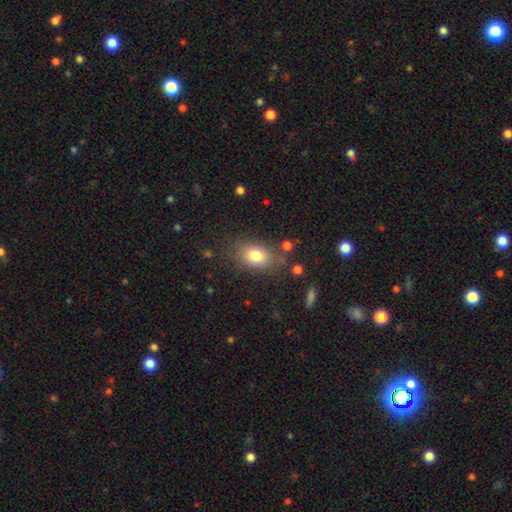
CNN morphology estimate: Smooth or featured: smooth — 79% (star or artifact — 11%)
How rounded: in between — 73% (round — 25%)
Merging: none — 77% (minor disturbance — 14%)